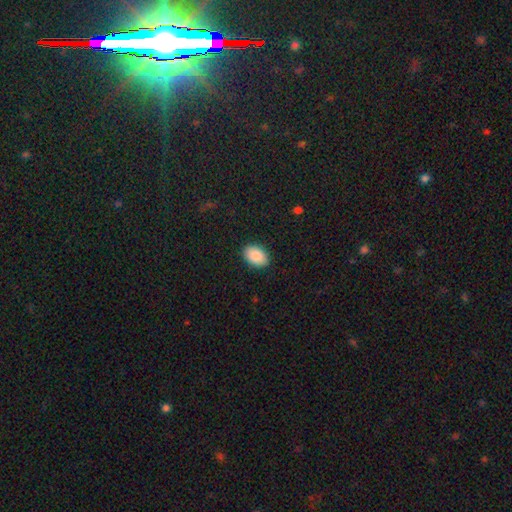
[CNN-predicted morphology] Smooth or featured? Predicted: smooth (p=0.88). How rounded? Predicted: in between (p=0.88). Merging? Predicted: none (p=0.90).